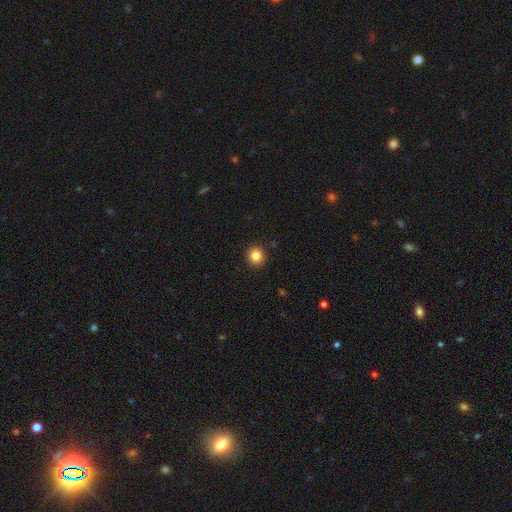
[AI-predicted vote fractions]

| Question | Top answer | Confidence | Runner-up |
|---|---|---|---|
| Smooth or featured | smooth | 84% | star or artifact (11%) |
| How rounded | round | 89% | in between (10%) |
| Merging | none | 92% | minor disturbance (5%) |